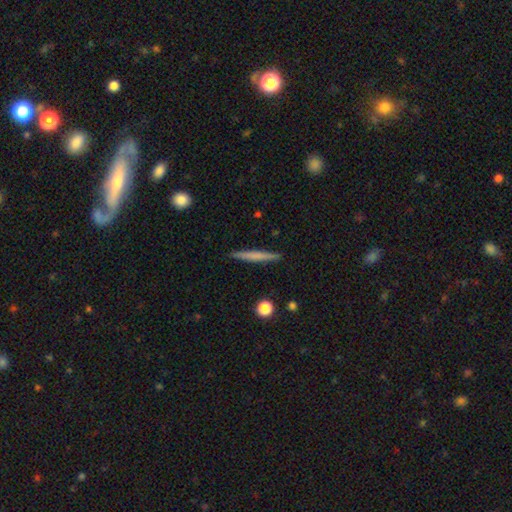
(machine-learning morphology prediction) This is possibly a smooth galaxy (58%). How rounded: clearly cigar-shaped (96%). Merging: clearly none (91%).